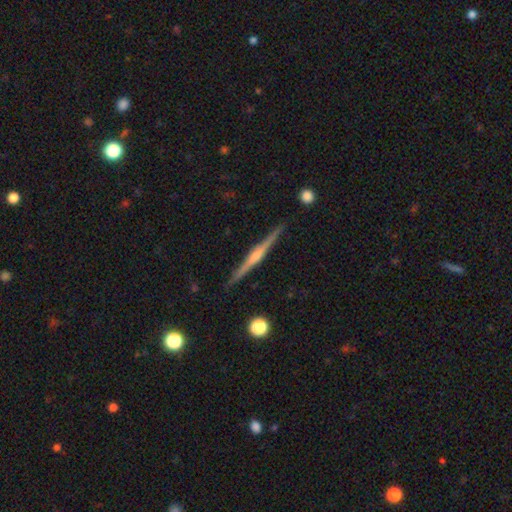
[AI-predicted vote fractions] smooth_or_featured: featured or disk (p=0.83) [alt: smooth p=0.11]
disk_edge_on: yes (p=0.99) [alt: no p=0.01]
edge_on_bulge: rounded (p=0.83) [alt: none p=0.10]
merging: none (p=0.92) [alt: minor disturbance p=0.05]